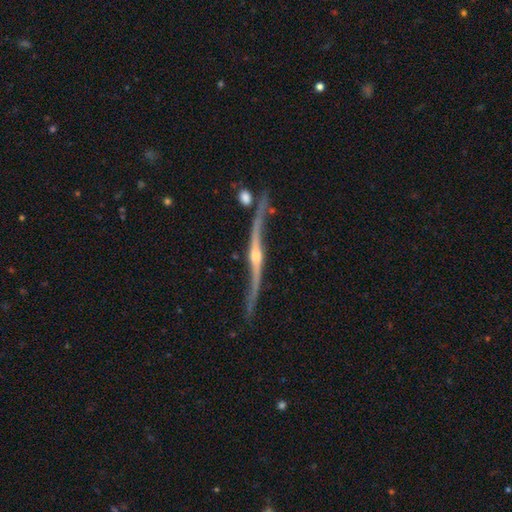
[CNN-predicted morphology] type=featured or disk (89%); edge-on=yes (71%); edge-on bulge=rounded (91%); merging=none (54%).